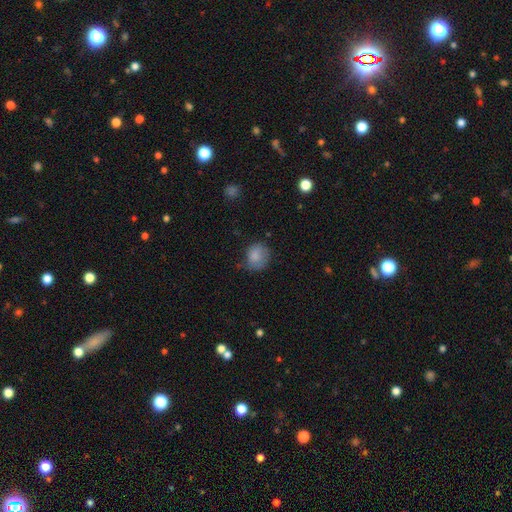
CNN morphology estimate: The model was most divided on "merging": none: 58%, minor disturbance: 30%, major disturbance: 10%, merger: 2%. More confident: smooth or featured — smooth (82%); how rounded — round (72%).